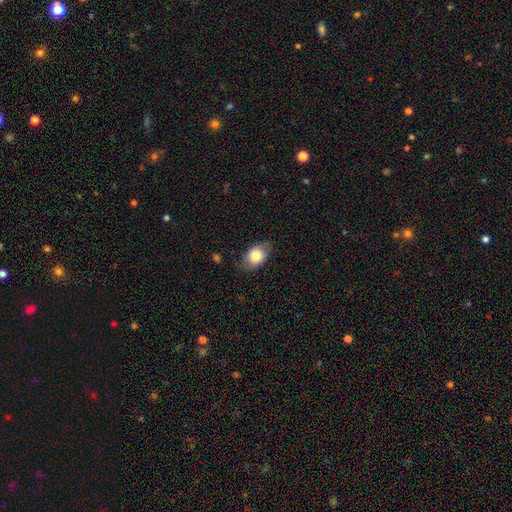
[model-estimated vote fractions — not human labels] Q: Smooth or featured?
A: smooth (80%); runner-up: featured or disk (13%)
Q: How rounded?
A: in between (81%); runner-up: round (17%)
Q: Merging?
A: none (77%); runner-up: minor disturbance (18%)